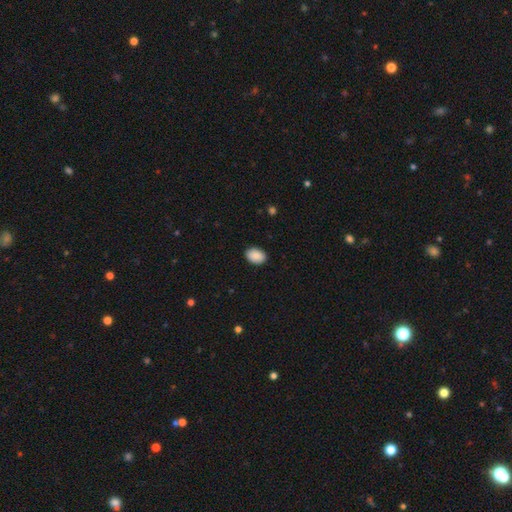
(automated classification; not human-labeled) A smooth galaxy with no disk features (90%) that is in between round and cigar-shaped (81%). Merging: none (89%).